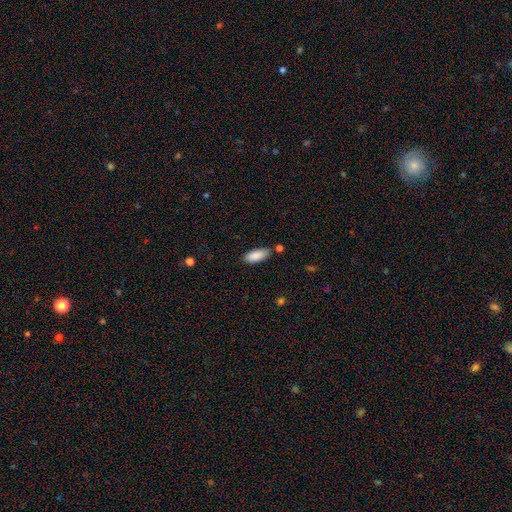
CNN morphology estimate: A smooth galaxy with no disk features (89%) that is in between round and cigar-shaped (80%).

Vote fractions:
- Smooth or featured? smooth: 89% / star or artifact: 6% / featured or disk: 5%
- How rounded? in between: 80% / cigar-shaped: 18% / round: 2%
- Merging? none: 77% / minor disturbance: 15% / merger: 5% / major disturbance: 3%